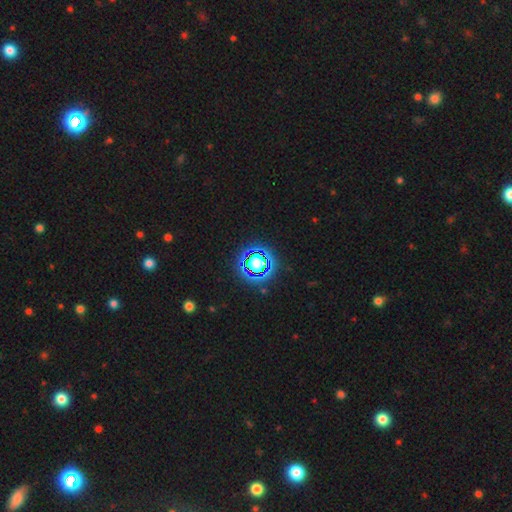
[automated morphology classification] The model was most divided on "smooth or featured": star or artifact: 64%, smooth: 23%, featured or disk: 13%.